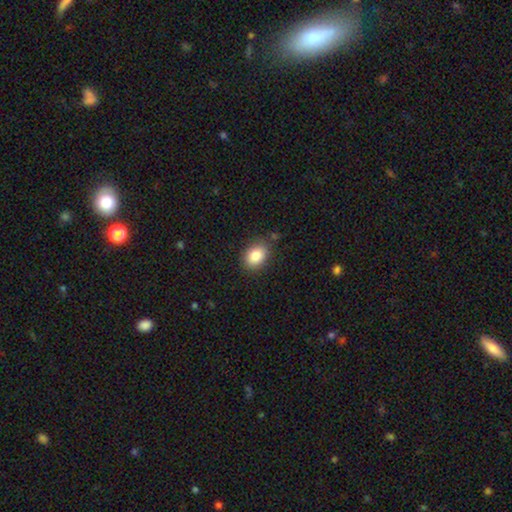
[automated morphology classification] A smooth galaxy with no disk features (84%) that is in between round and cigar-shaped (68%). Merging: none (84%).